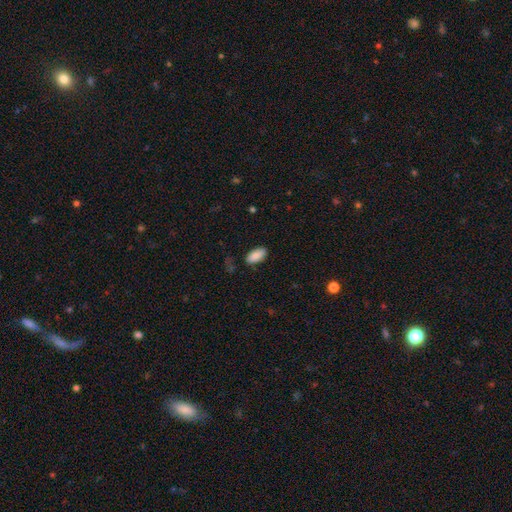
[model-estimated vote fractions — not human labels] The model was most divided on "merging": none: 83%, minor disturbance: 13%, major disturbance: 3%, merger: 2%. More confident: how rounded — in between (92%); smooth or featured — smooth (89%).